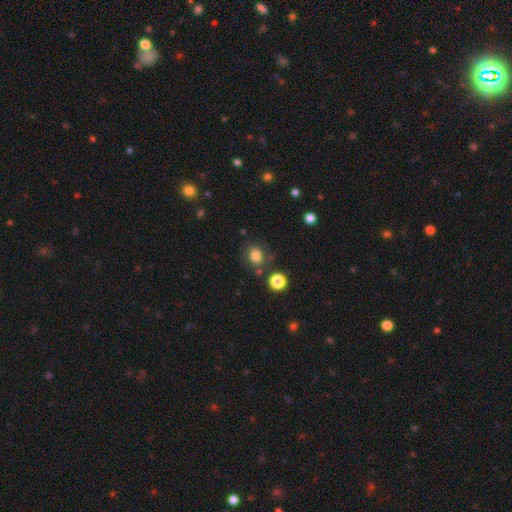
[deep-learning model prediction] Overall: smooth (80%). How rounded: round (57%; in between 42%). Merging: none (72%).